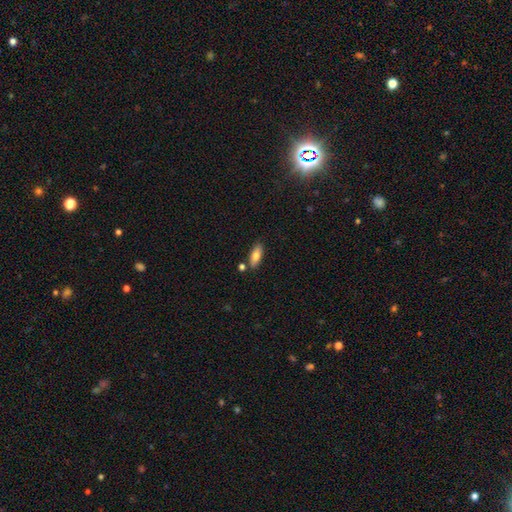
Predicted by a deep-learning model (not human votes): This appears to be a smooth galaxy with no disk features (78%) that is in between round and cigar-shaped (76%). Merging: none (80%).